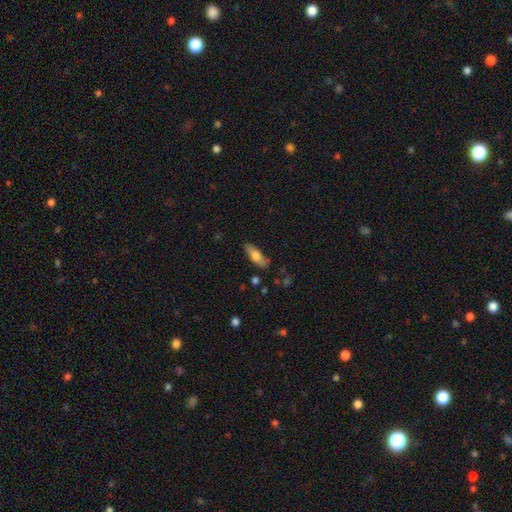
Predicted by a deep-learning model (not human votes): Q: Smooth or featured?
A: smooth (68%); runner-up: featured or disk (26%)
Q: How rounded?
A: in between (62%); runner-up: cigar-shaped (35%)
Q: Merging?
A: none (81%); runner-up: minor disturbance (14%)